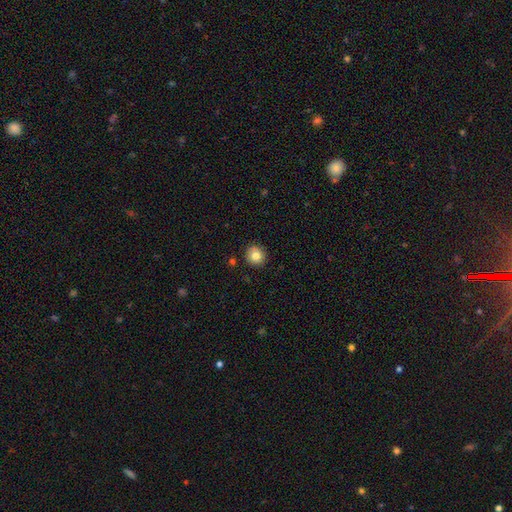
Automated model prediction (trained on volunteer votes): The model was most divided on "smooth or featured": smooth: 81%, star or artifact: 10%, featured or disk: 9%. More confident: how rounded — round (91%); merging — none (90%).